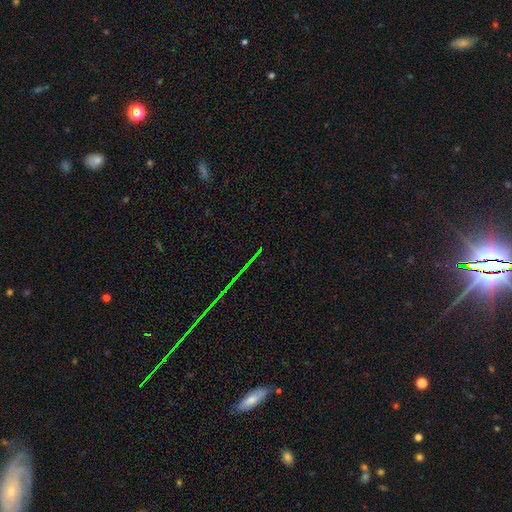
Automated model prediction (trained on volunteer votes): Smooth or featured? star or artifact (80%)